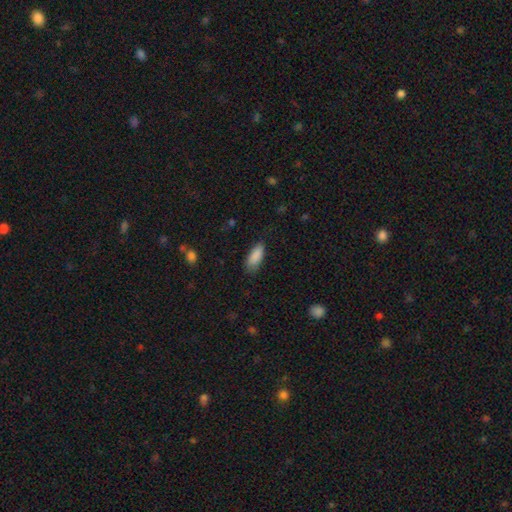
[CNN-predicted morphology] Q: Smooth or featured?
A: smooth (88%); runner-up: star or artifact (7%)
Q: How rounded?
A: in between (76%); runner-up: cigar-shaped (22%)
Q: Merging?
A: none (76%); runner-up: minor disturbance (19%)